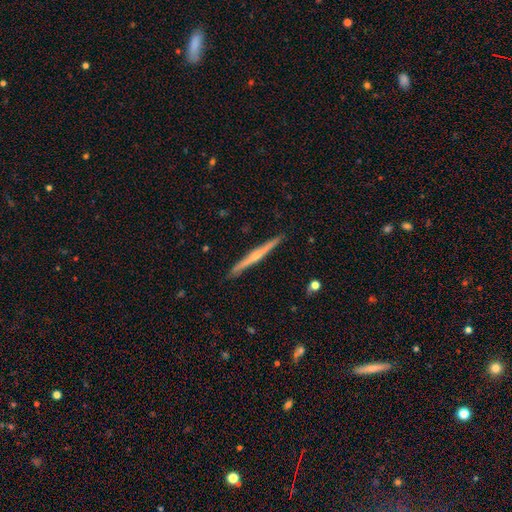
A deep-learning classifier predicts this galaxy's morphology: Smooth or featured? featured or disk (70%)
Edge-on disk? yes (98%)
Edge-on bulge? rounded (70%)
Merging? none (92%)